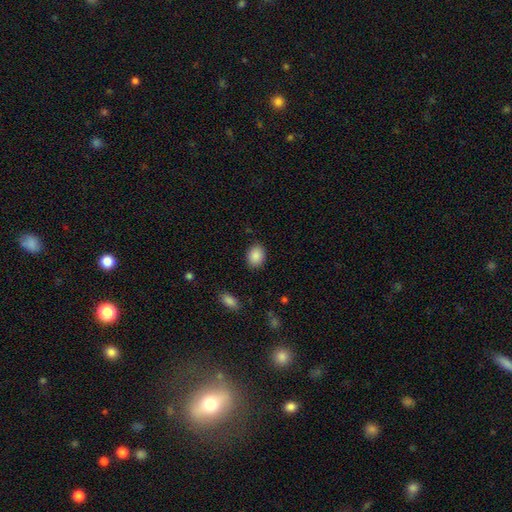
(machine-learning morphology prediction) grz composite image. It shows a smooth galaxy with no disk features (89%) that is in between round and cigar-shaped (66%). Merging: none (87%).